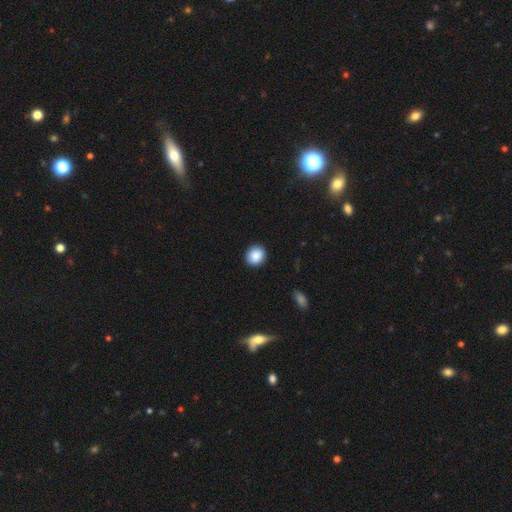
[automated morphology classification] This appears to be a smooth galaxy with no disk features (88%) that is round (75%). Merging: none (90%).